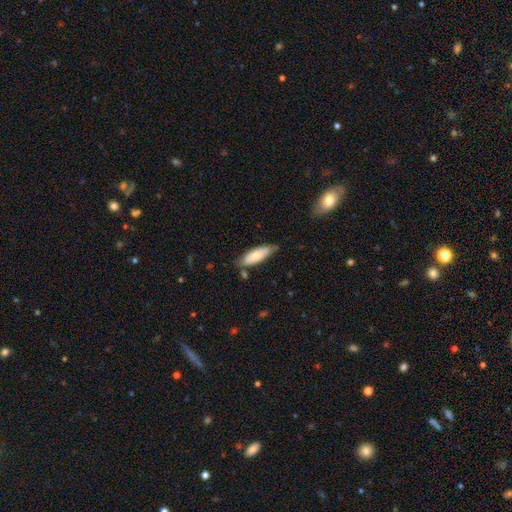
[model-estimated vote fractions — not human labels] A smooth galaxy with no disk features (79%) that is cigar-shaped (49%, tied with in between). Merging: none (70%).